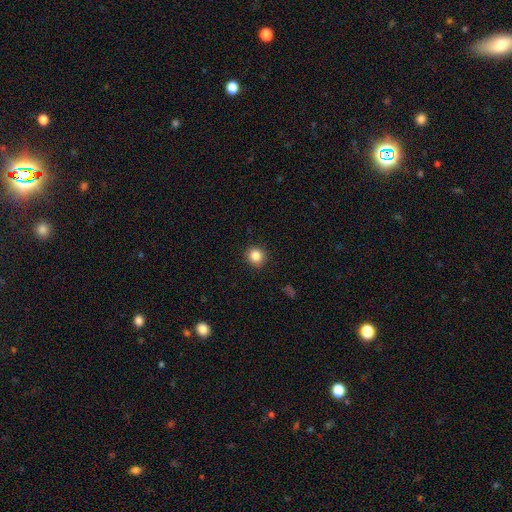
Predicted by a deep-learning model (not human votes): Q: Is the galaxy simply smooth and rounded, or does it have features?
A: smooth — 85%.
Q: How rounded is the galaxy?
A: round — 92%.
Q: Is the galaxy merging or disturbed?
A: none — 92%.